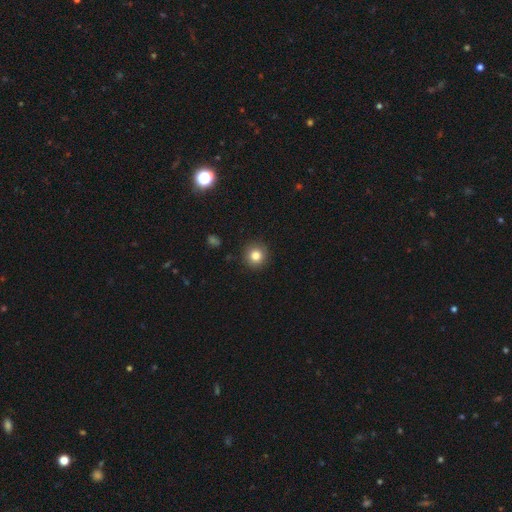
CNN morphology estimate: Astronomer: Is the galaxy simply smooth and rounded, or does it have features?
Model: smooth — 82%.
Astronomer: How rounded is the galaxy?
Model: round — 93%.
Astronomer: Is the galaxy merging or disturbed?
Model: none — 91%.